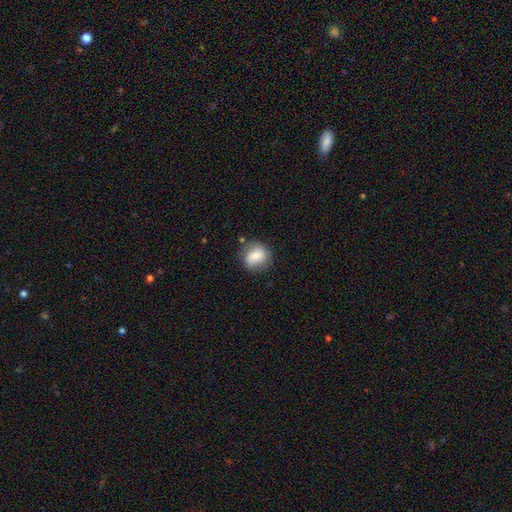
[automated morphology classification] Smooth or featured? smooth (71%)
How rounded? round (79%)
Merging? none (75%)